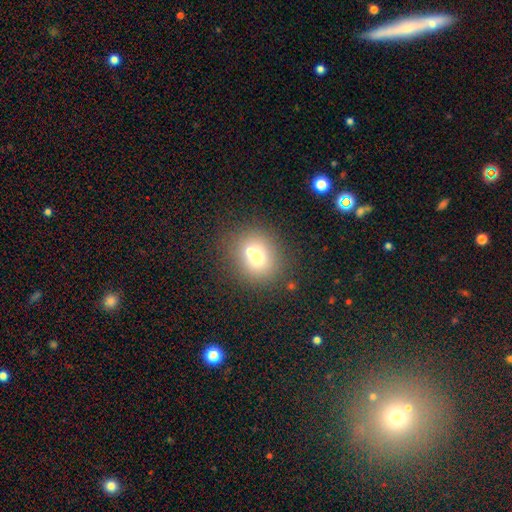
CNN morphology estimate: Smooth or featured?
  - smooth: 70% *
  - featured or disk: 17%
  - star or artifact: 13%
How rounded?
  - round: 78% *
  - in between: 21%
  - cigar-shaped: 1%
Merging?
  - none: 57% *
  - merger: 29%
  - minor disturbance: 10%
  - major disturbance: 4%